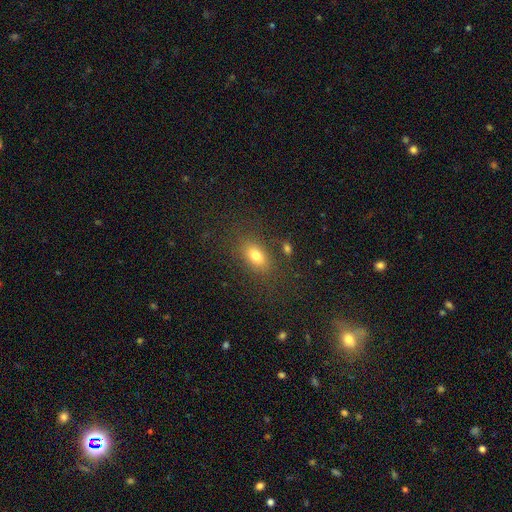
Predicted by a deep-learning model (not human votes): Smooth or featured? smooth (76%)
How rounded? in between (82%)
Merging? none (78%)